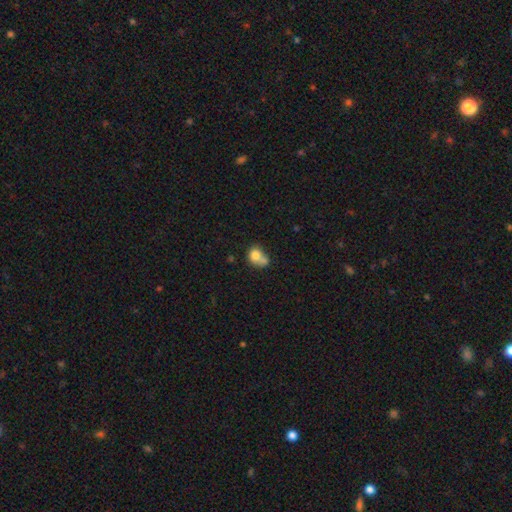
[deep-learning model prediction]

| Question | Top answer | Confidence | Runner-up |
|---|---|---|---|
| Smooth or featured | smooth | 75% | featured or disk (15%) |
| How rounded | round | 58% | in between (41%) |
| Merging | merger | 53% | none (26%) |